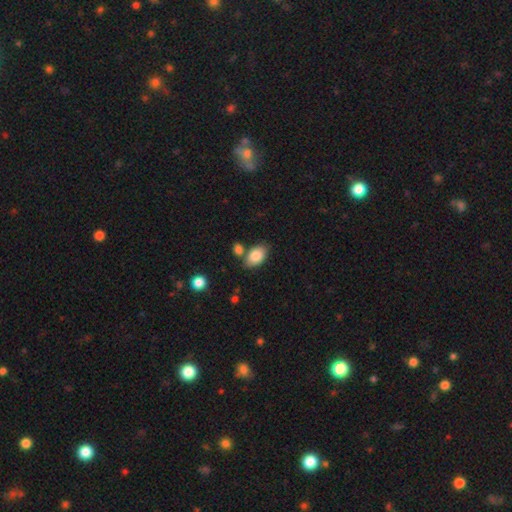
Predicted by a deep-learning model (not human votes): Smooth or featured? smooth (84%)
How rounded? in between (90%)
Merging? none (68%)